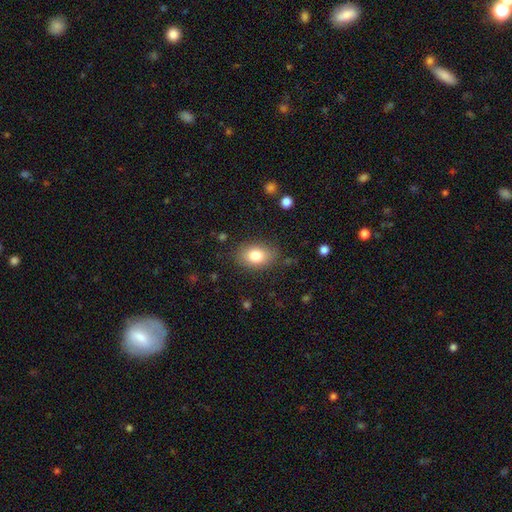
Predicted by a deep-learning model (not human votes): Smooth or featured? smooth (81%)
How rounded? in between (76%)
Merging? none (82%)